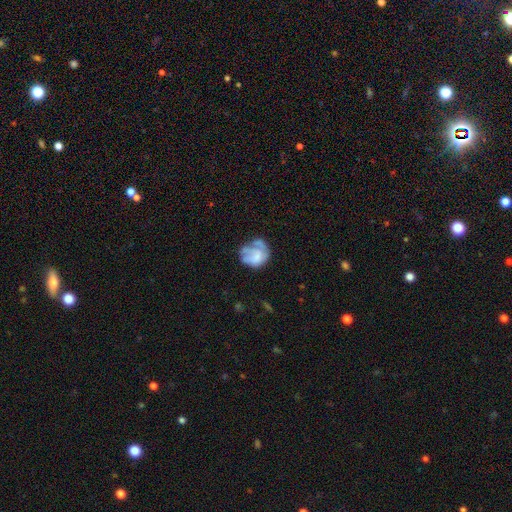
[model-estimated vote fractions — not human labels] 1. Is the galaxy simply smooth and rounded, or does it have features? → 49% smooth, 42% featured or disk, 9% star or artifact.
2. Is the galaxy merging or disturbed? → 42% none, 28% minor disturbance, 25% major disturbance, 5% merger.